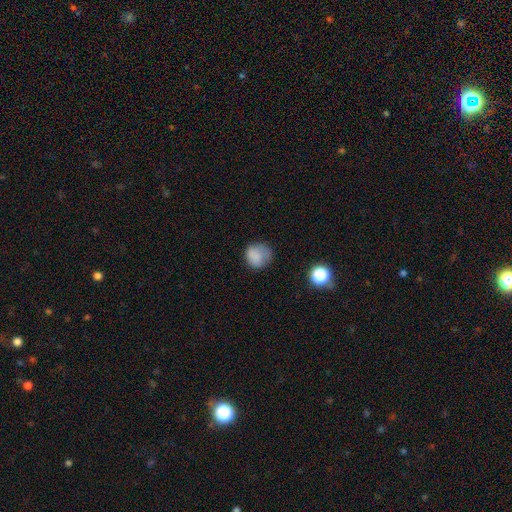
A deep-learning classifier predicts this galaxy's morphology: Smooth or featured? smooth (81%)
How rounded? round (83%)
Merging? none (66%)